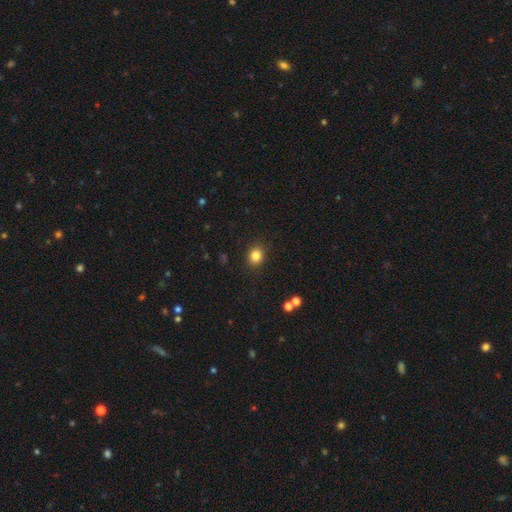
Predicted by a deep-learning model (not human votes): Q: Smooth or featured?
A: smooth (84%); runner-up: star or artifact (11%)
Q: How rounded?
A: round (66%); runner-up: in between (33%)
Q: Merging?
A: none (87%); runner-up: minor disturbance (9%)